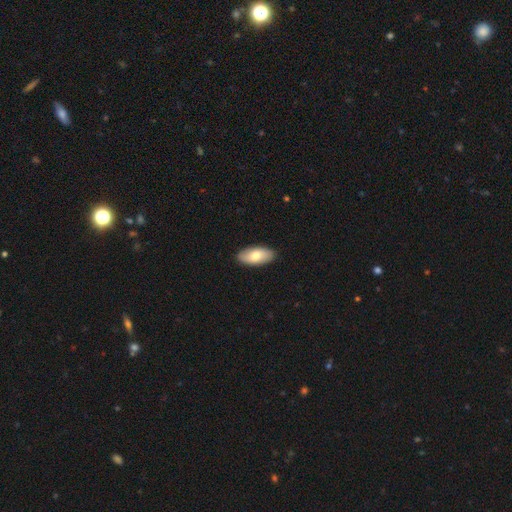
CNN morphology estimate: Overall: smooth (75%). How rounded: in between (90%). Merging: none (90%).